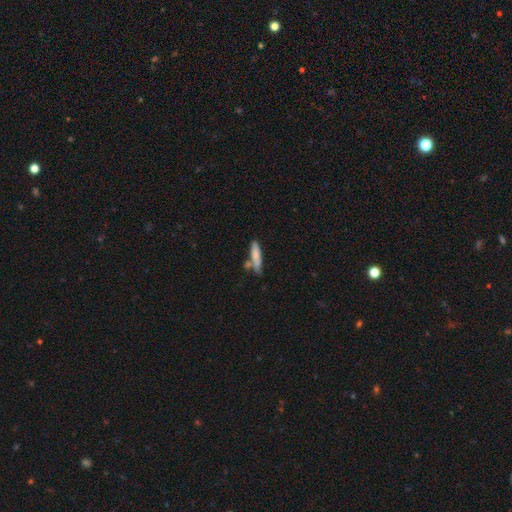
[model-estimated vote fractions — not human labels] Smooth or featured? Predicted: smooth (p=0.75). How rounded? Predicted: cigar-shaped (p=0.81). Merging? Predicted: none (p=0.64).